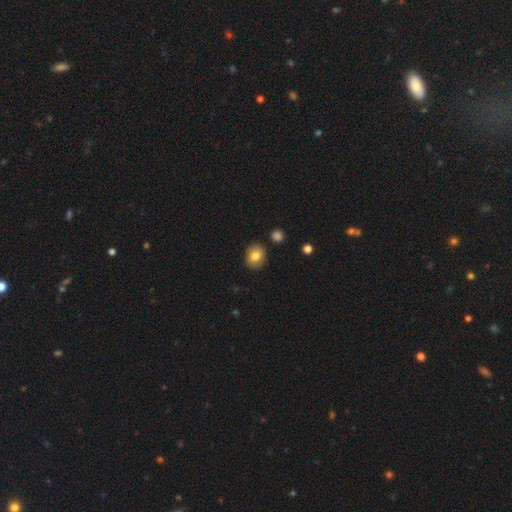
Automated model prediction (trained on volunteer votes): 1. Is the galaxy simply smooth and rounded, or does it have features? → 80% smooth, 11% featured or disk, 9% star or artifact.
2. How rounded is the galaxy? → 67% round, 32% in between, 1% cigar-shaped.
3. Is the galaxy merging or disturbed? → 88% none, 7% minor disturbance, 2% merger, 2% major disturbance.